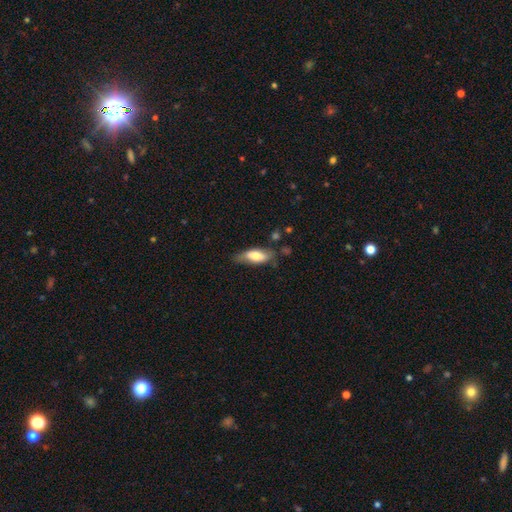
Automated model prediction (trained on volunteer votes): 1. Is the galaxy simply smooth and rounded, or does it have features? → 69% smooth, 25% featured or disk, 6% star or artifact.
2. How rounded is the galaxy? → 77% in between, 21% cigar-shaped, 3% round.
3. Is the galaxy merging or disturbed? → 63% none, 26% minor disturbance, 7% major disturbance, 5% merger.